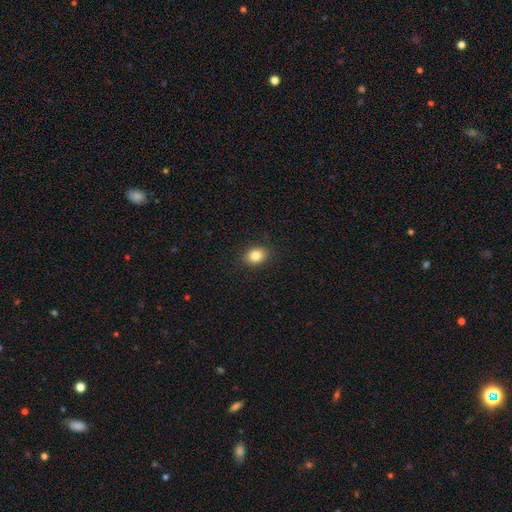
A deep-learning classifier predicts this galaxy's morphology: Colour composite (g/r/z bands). It shows a smooth galaxy with no disk features (84%) that is in between round and cigar-shaped (60%). Merging: none (89%).